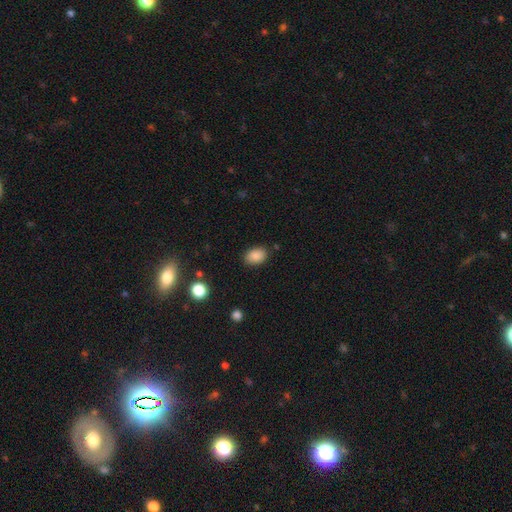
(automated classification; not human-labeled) Q: Smooth or featured?
A: smooth (87%); runner-up: star or artifact (9%)
Q: How rounded?
A: in between (79%); runner-up: round (20%)
Q: Merging?
A: none (85%); runner-up: minor disturbance (11%)